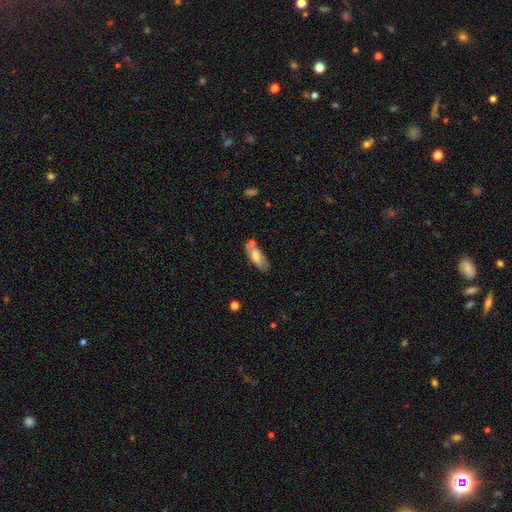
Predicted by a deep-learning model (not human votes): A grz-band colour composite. It shows a smooth galaxy with no disk features (71%) that is in between round and cigar-shaped (75%). Merging: none (51%).